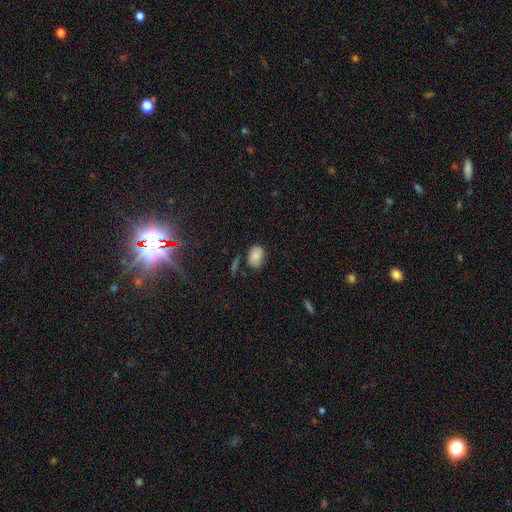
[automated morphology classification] This is clearly a smooth galaxy (81%). How rounded: likely in between (74%). Merging: likely none (66%).